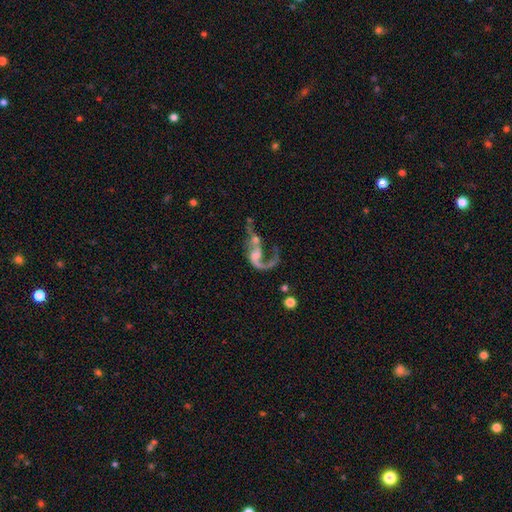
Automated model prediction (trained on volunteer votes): Overall: featured or disk (74%). Edge-on disk: no (97%). Bar: no (64%; weak 27%). Spiral arms: yes (77%). Spiral arm count: 1 (68%). Spiral winding: loose (79%). Bulge size: moderate (31%; small 30%). Merging: merger (37%; major disturbance 36%).